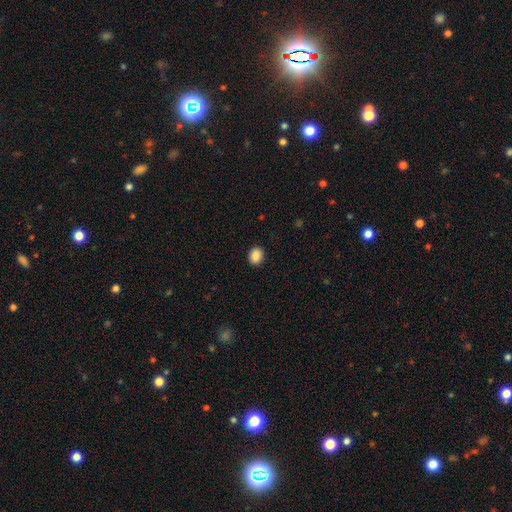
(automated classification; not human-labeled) Overall: smooth (88%). How rounded: round (53%; in between 46%). Merging: none (91%).